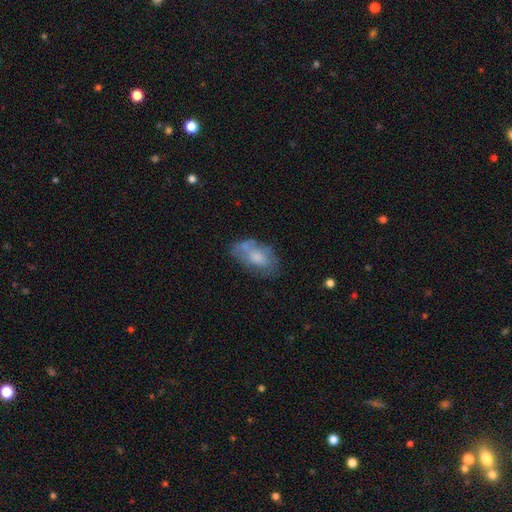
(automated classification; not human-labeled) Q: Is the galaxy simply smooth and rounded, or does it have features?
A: smooth — 54%.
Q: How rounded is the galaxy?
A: in between — 91%.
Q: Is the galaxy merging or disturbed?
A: none — 50%.